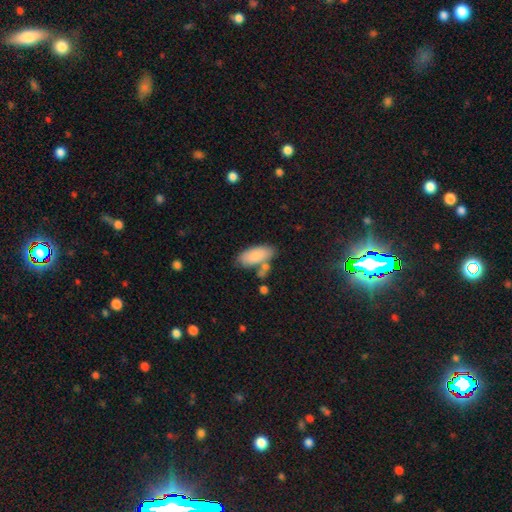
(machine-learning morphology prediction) Smooth or featured: smooth — 84% (featured or disk — 9%)
How rounded: in between — 88% (cigar-shaped — 10%)
Merging: none — 59% (minor disturbance — 18%)